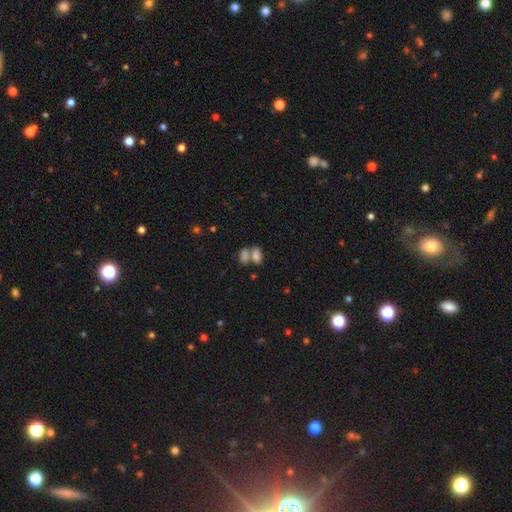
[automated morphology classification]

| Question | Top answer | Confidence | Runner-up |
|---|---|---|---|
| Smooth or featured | smooth | 80% | featured or disk (11%) |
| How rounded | in between | 88% | round (8%) |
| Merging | merger | 55% | none (33%) |